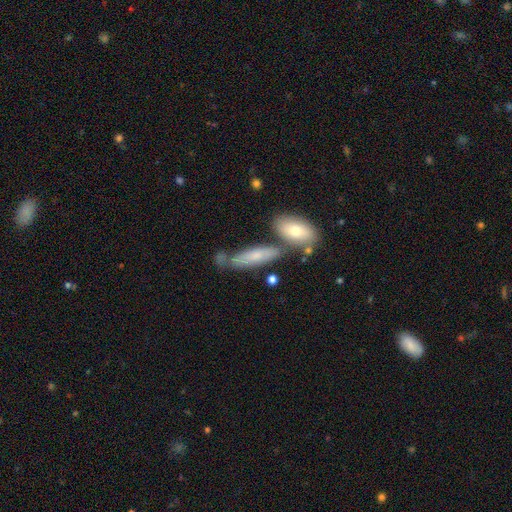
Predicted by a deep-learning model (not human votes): smooth_or_featured: smooth (p=0.67) [alt: featured or disk p=0.26]
how_rounded: cigar-shaped (p=0.56) [alt: in between p=0.42]
merging: none (p=0.57) [alt: merger p=0.21]